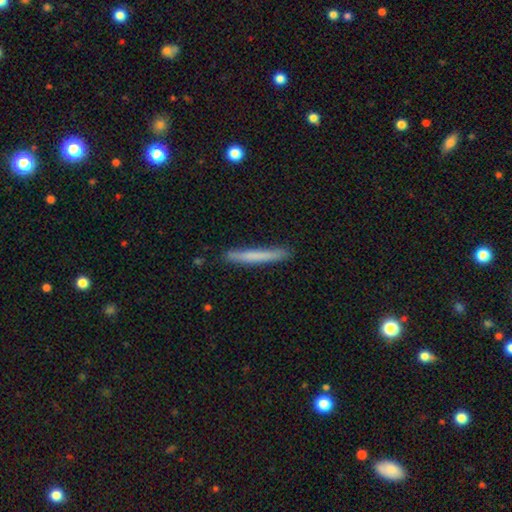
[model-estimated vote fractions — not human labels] smooth-or-featured: smooth: 68% | featured or disk: 26% | star or artifact: 6%
  how-rounded: cigar-shaped: 97% | in between: 2% | round: 1%
  merging: none: 88% | minor disturbance: 9% | major disturbance: 2% | merger: 1%